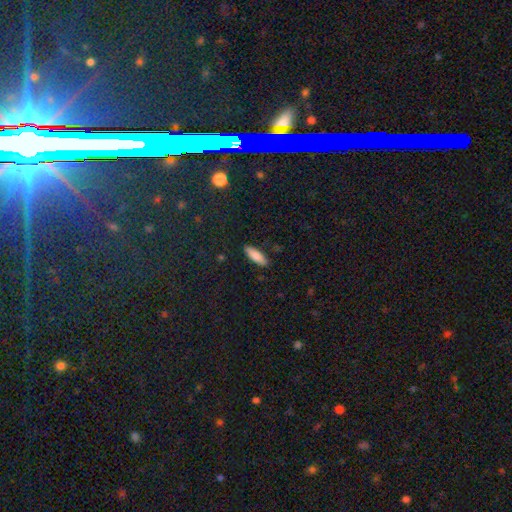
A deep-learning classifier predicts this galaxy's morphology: smooth 84%, featured or disk 10%, star or artifact 7%. Down the decision tree: how rounded — in between (54%); merging — none (86%).